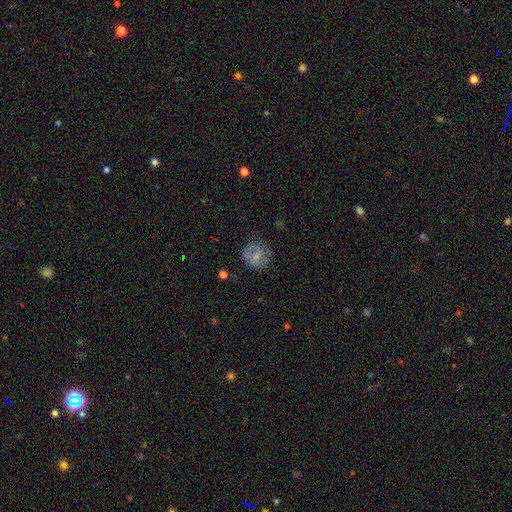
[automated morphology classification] Smooth or featured?
  - smooth: 54% *
  - featured or disk: 37%
  - star or artifact: 9%
How rounded?
  - round: 86% *
  - in between: 13%
  - cigar-shaped: 1%
Merging?
  - none: 73% *
  - minor disturbance: 18%
  - major disturbance: 8%
  - merger: 1%